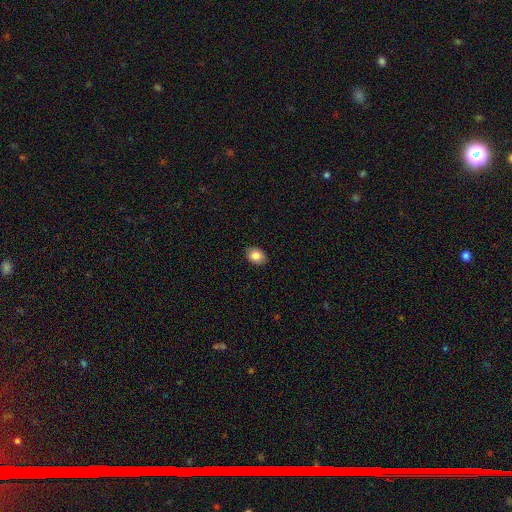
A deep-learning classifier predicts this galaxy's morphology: This appears to be a smooth galaxy with no disk features (85%) that is in between round and cigar-shaped (68%). Merging: none (89%).